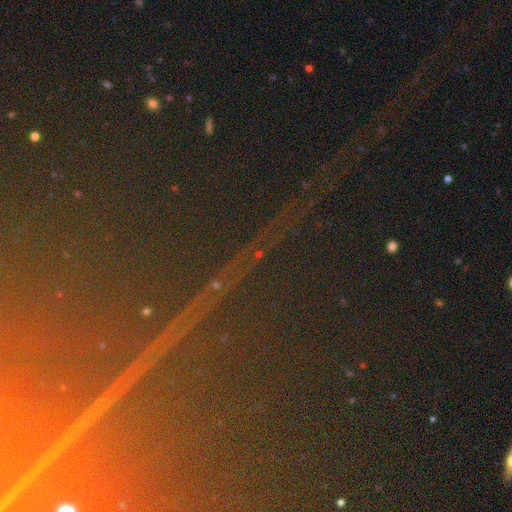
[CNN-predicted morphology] smooth-or-featured: star or artifact: 87% | featured or disk: 7% | smooth: 6%